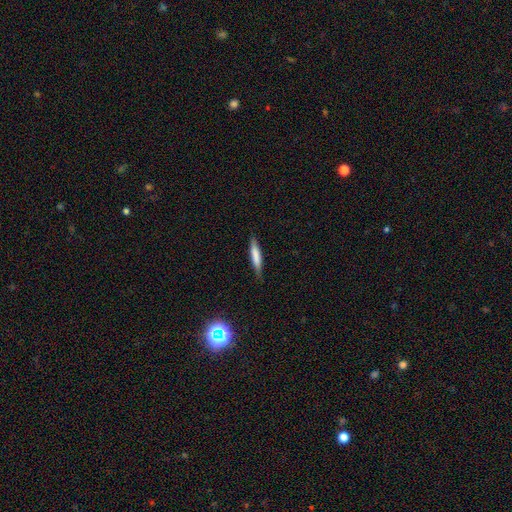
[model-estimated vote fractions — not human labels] Smooth or featured? smooth (70%)
How rounded? cigar-shaped (90%)
Merging? none (84%)